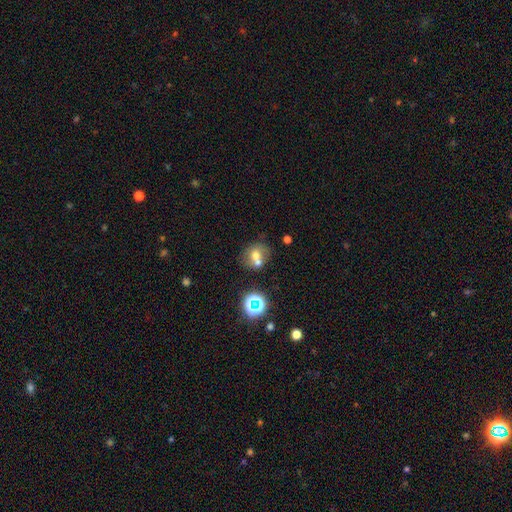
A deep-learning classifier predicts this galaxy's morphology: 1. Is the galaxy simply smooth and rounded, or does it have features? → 62% smooth, 22% featured or disk, 16% star or artifact.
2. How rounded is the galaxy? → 71% round, 28% in between, 1% cigar-shaped.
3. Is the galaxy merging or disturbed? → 45% merger, 42% none, 10% minor disturbance, 4% major disturbance.